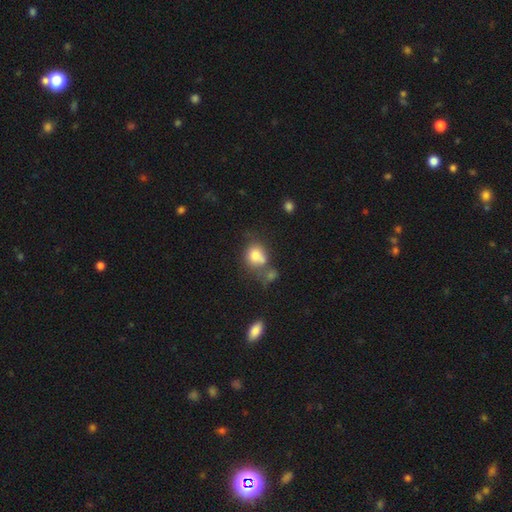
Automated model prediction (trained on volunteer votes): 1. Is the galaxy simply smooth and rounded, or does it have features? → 77% smooth, 13% featured or disk, 10% star or artifact.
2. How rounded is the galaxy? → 58% round, 41% in between, 1% cigar-shaped.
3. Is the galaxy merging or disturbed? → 38% none, 33% merger, 19% minor disturbance, 10% major disturbance.